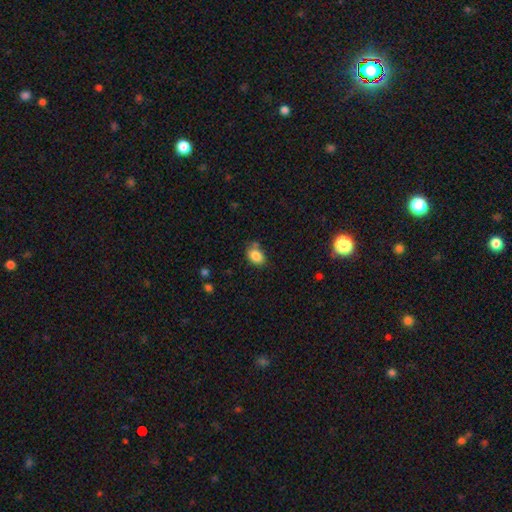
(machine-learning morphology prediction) smooth-or-featured: smooth: 85% | star or artifact: 9% | featured or disk: 7%
  how-rounded: in between: 80% | round: 19% | cigar-shaped: 1%
  merging: none: 68% | minor disturbance: 19% | merger: 9% | major disturbance: 4%